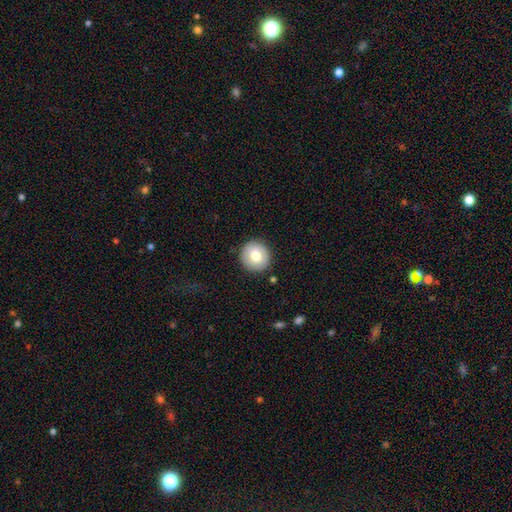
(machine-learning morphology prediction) Smooth or featured? Predicted: smooth (p=0.74). How rounded? Predicted: round (p=0.93). Merging? Predicted: none (p=0.89).